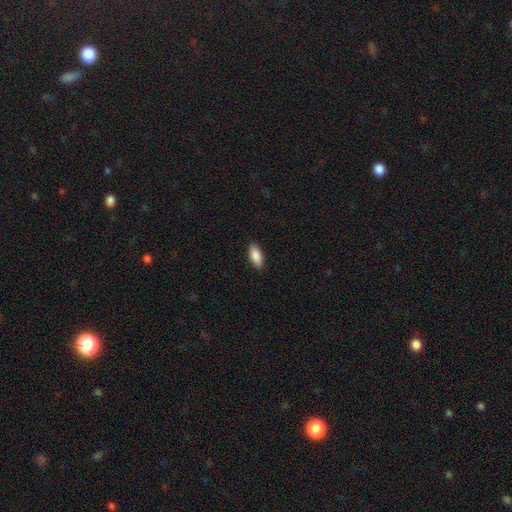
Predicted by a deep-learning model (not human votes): Q: Smooth or featured?
A: smooth (90%); runner-up: star or artifact (6%)
Q: How rounded?
A: in between (89%); runner-up: cigar-shaped (9%)
Q: Merging?
A: none (88%); runner-up: minor disturbance (9%)